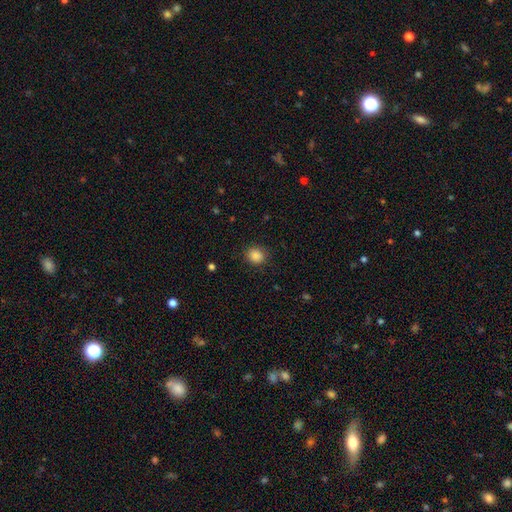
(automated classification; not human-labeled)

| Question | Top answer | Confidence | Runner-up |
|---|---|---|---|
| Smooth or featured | smooth | 86% | star or artifact (10%) |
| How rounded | round | 78% | in between (21%) |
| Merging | none | 87% | minor disturbance (10%) |